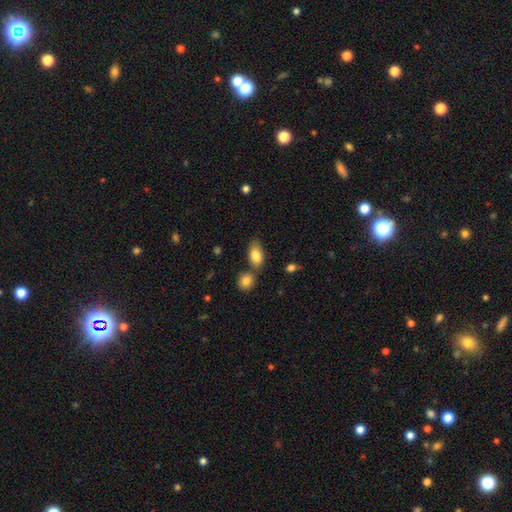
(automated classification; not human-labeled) Overall: smooth (84%). How rounded: in between (91%). Merging: none (59%; merger 21%).